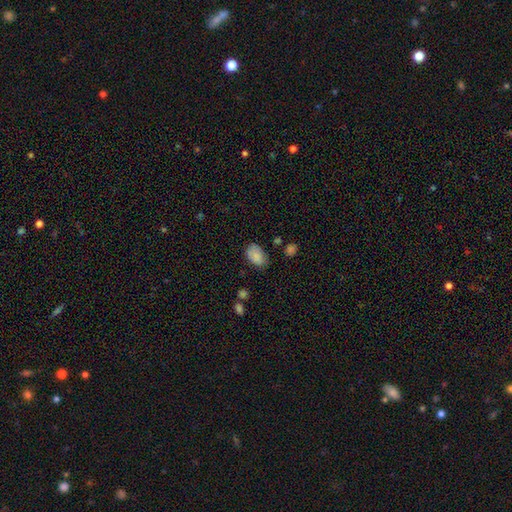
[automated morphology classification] A smooth galaxy with no disk features (84%) that is in between round and cigar-shaped (87%).

Vote fractions:
- Smooth or featured? smooth: 84% / featured or disk: 8% / star or artifact: 8%
- How rounded? in between: 87% / round: 11% / cigar-shaped: 1%
- Merging? none: 69% / minor disturbance: 23% / major disturbance: 5% / merger: 3%